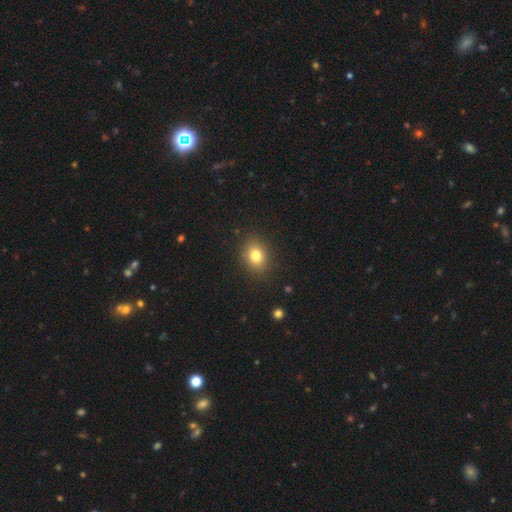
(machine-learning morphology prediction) This appears to be a smooth galaxy with no disk features (80%) that is in between round and cigar-shaped (54%). Merging: none (87%).